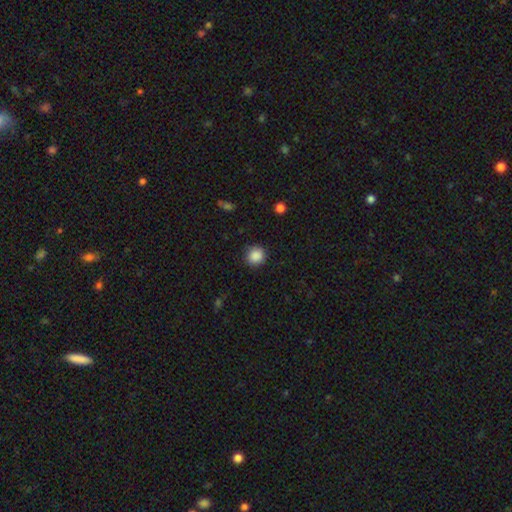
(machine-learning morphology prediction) Smooth or featured?
  - smooth: 87% *
  - star or artifact: 10%
  - featured or disk: 3%
How rounded?
  - round: 89% *
  - in between: 10%
  - cigar-shaped: 1%
Merging?
  - none: 87% *
  - minor disturbance: 10%
  - major disturbance: 3%
  - merger: 1%